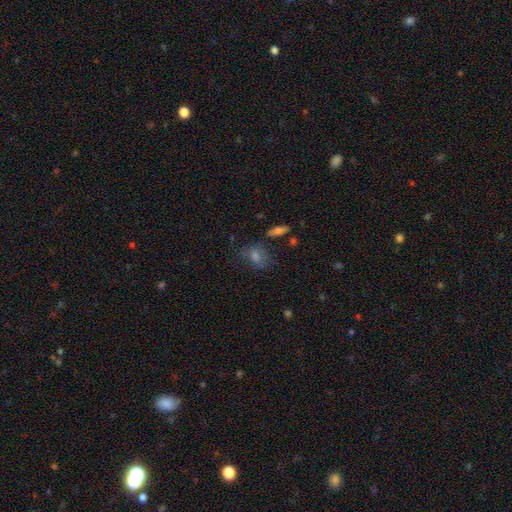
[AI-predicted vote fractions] Smooth or featured? smooth (55%)
How rounded? in between (67%)
Merging? none (61%)